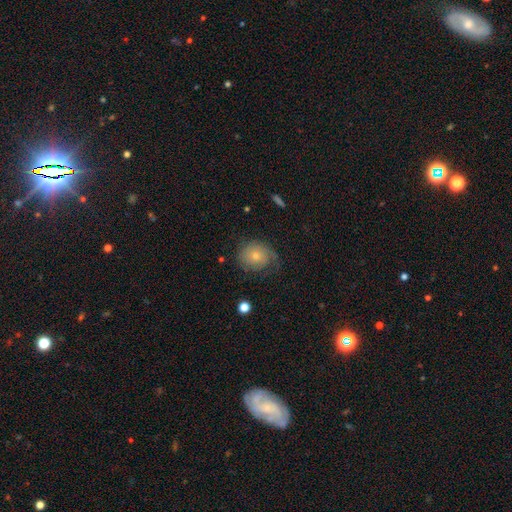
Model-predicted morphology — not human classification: This is possibly a smooth galaxy (51%). How rounded: likely round (70%). Merging: possibly none (55%).